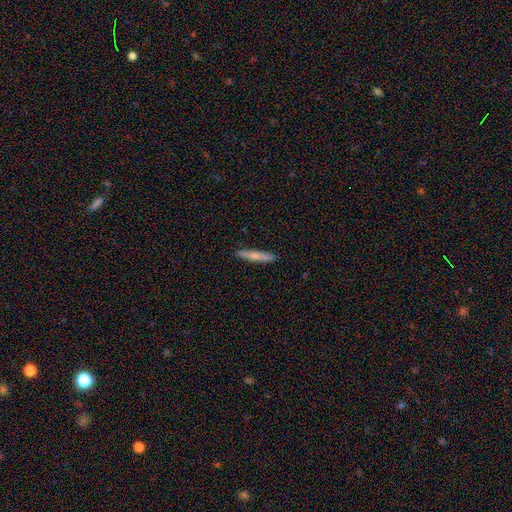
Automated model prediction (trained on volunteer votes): Overall: smooth (71%). How rounded: cigar-shaped (94%). Merging: none (91%).